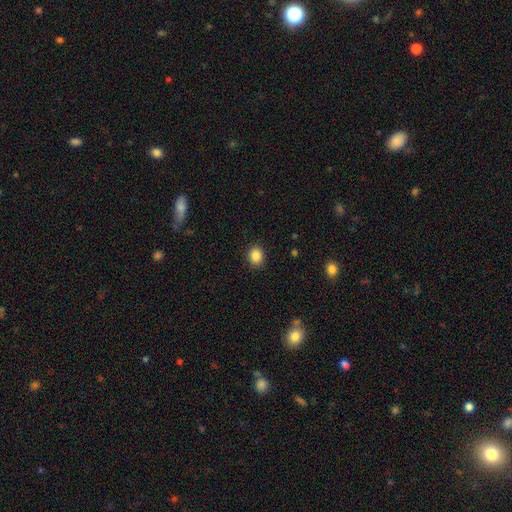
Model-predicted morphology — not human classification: Smooth or featured? smooth (87%)
How rounded? round (67%)
Merging? none (90%)